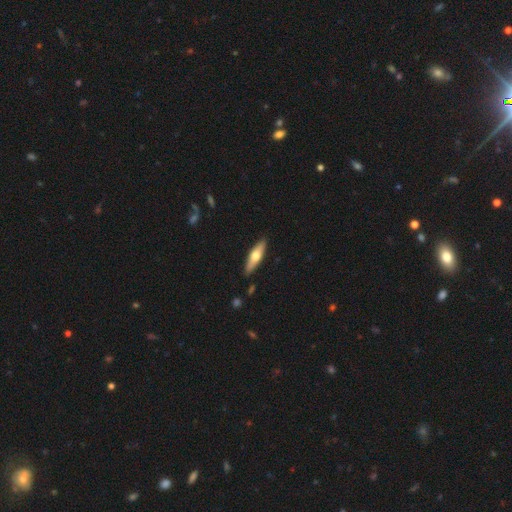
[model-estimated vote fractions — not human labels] This appears to be a smooth galaxy with no disk features (51%) that is cigar-shaped (64%). Merging: none (88%).